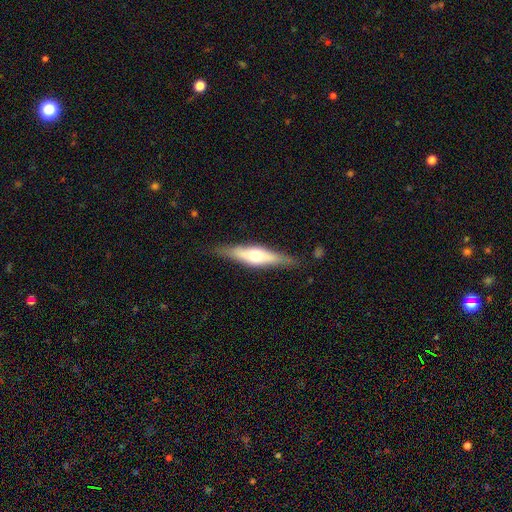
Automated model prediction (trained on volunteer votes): smooth_or_featured: featured or disk (p=0.60) [alt: smooth p=0.34]
disk_edge_on: yes (p=0.90) [alt: no p=0.10]
edge_on_bulge: rounded (p=0.90) [alt: boxy p=0.07]
merging: none (p=0.83) [alt: minor disturbance p=0.13]